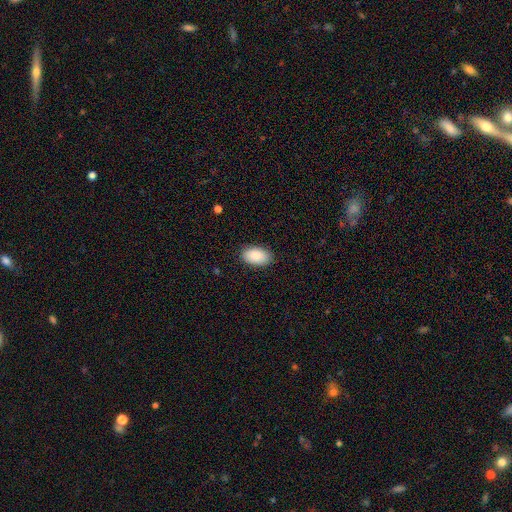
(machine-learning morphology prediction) A smooth galaxy with no disk features (89%) that is in between round and cigar-shaped (95%).

Vote fractions:
- Smooth or featured? smooth: 89% / star or artifact: 6% / featured or disk: 5%
- How rounded? in between: 95% / round: 4% / cigar-shaped: 1%
- Merging? none: 87% / minor disturbance: 10% / major disturbance: 2% / merger: 1%